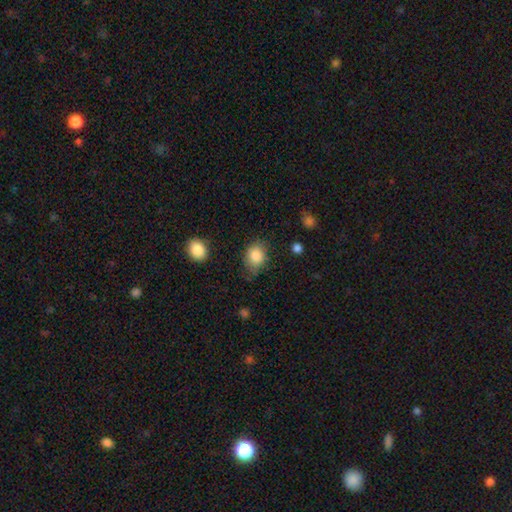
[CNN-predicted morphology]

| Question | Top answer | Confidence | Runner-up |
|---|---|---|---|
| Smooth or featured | smooth | 86% | star or artifact (8%) |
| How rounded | in between | 53% | round (46%) |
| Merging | none | 66% | minor disturbance (25%) |